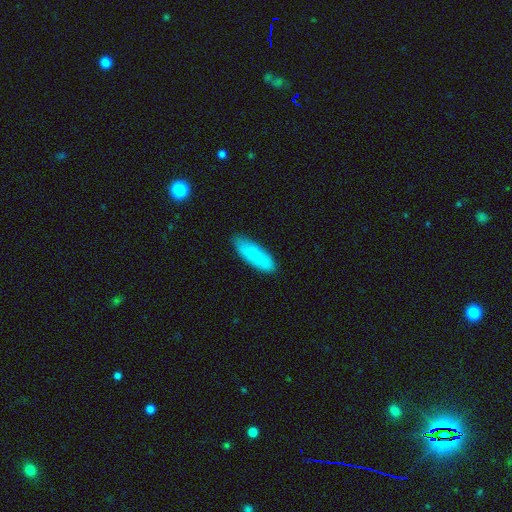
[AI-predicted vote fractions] Smooth or featured? smooth (83%)
How rounded? in between (59%)
Merging? none (83%)